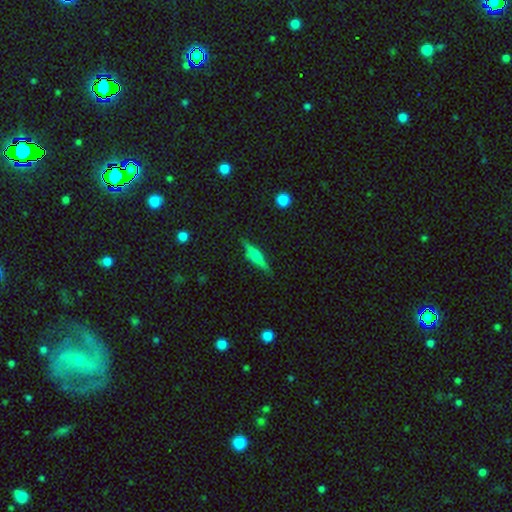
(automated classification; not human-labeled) Smooth or featured: featured or disk — 63% (smooth — 29%)
Edge-on disk: yes — 96% (no — 4%)
Edge-on bulge: rounded — 83% (boxy — 11%)
Merging: none — 87% (minor disturbance — 10%)